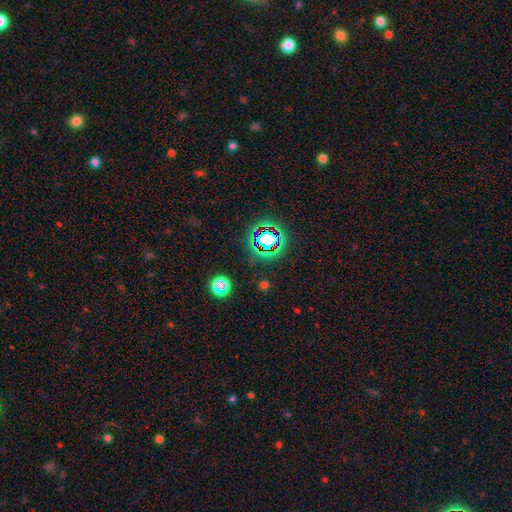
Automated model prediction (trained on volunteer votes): This appears to be a star or artifact, not a galaxy (66%).